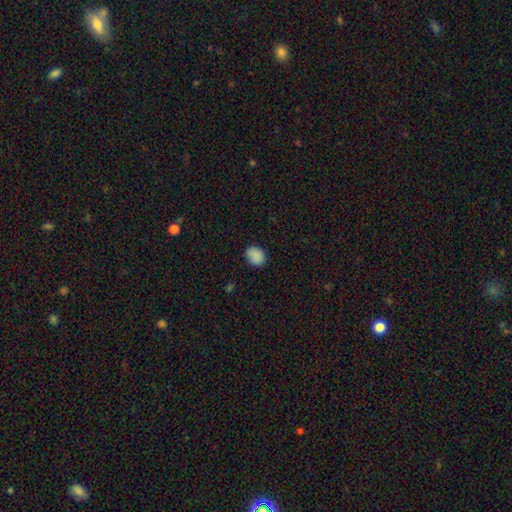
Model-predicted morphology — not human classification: smooth 86%, star or artifact 9%, featured or disk 5%. Down the decision tree: how rounded — round (50%); merging — none (77%).